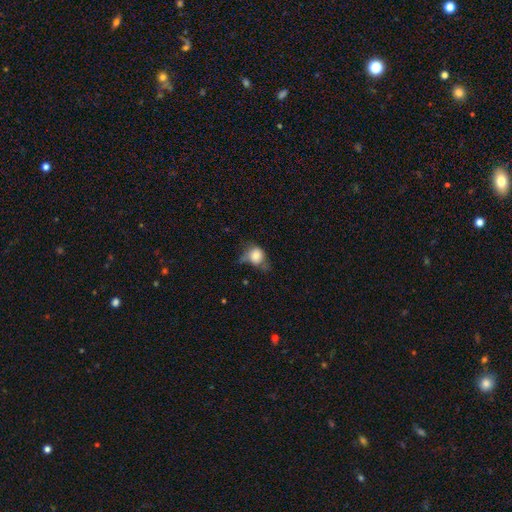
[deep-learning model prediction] smooth-or-featured: smooth: 72% | featured or disk: 18% | star or artifact: 10%
  how-rounded: round: 58% | in between: 41% | cigar-shaped: 1%
  merging: minor disturbance: 34% | none: 33% | major disturbance: 28% | merger: 5%